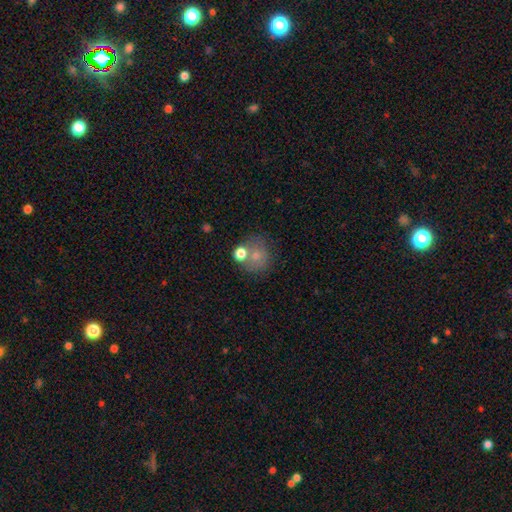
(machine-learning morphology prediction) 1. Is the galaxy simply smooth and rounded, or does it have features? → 70% smooth, 16% featured or disk, 14% star or artifact.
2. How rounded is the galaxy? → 81% round, 18% in between, 1% cigar-shaped.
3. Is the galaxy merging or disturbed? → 53% none, 26% merger, 14% minor disturbance, 7% major disturbance.